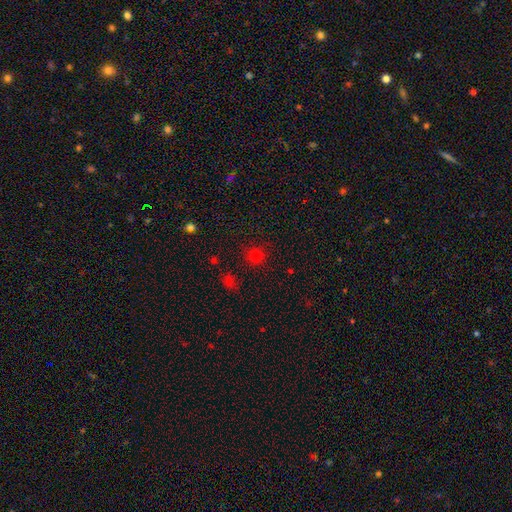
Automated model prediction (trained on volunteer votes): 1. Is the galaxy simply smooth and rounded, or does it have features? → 75% smooth, 20% star or artifact, 5% featured or disk.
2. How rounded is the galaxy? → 91% round, 8% in between, 1% cigar-shaped.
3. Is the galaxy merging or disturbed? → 85% none, 8% minor disturbance, 3% merger, 3% major disturbance.